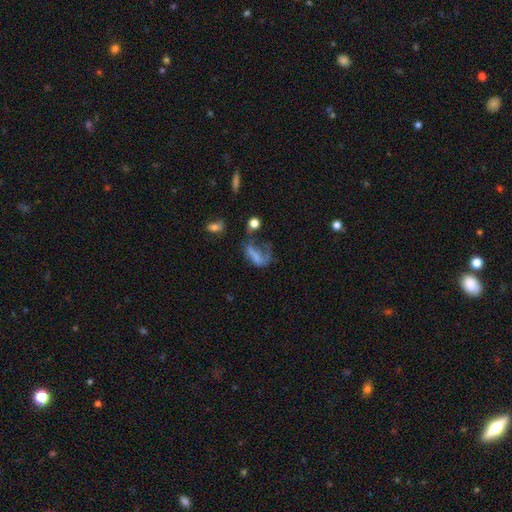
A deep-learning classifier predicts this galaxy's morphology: type=smooth (46%); merging=major disturbance (56%).